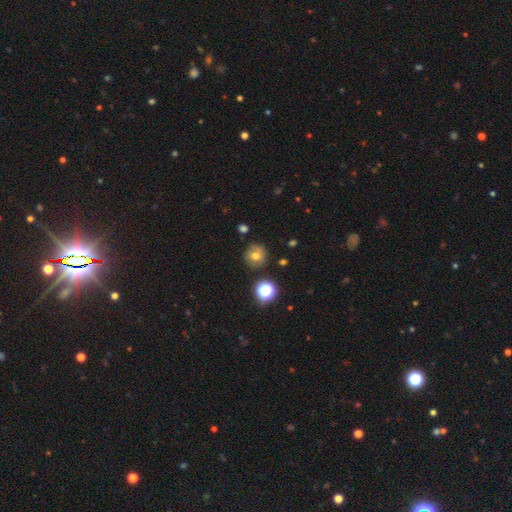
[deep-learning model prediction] The model was most divided on "smooth or featured": smooth: 64%, featured or disk: 19%, star or artifact: 17%. More confident: how rounded — round (91%); merging — none (79%).